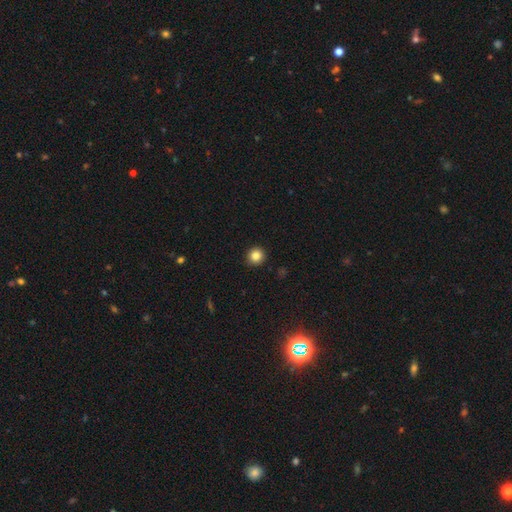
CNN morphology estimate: A smooth galaxy with no disk features (85%) that is round (93%). Merging: none (92%).